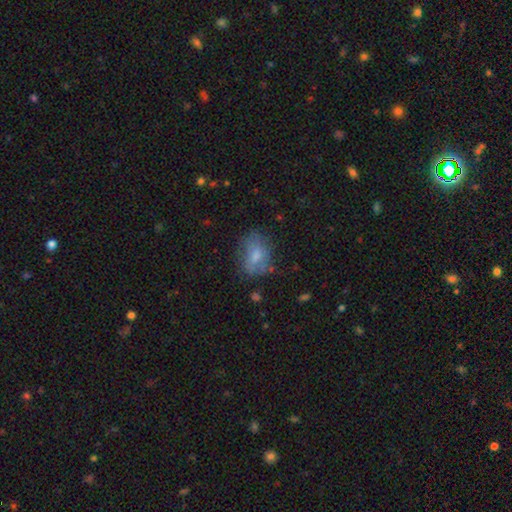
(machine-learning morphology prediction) Smooth or featured?
  - smooth: 66% *
  - featured or disk: 25%
  - star or artifact: 9%
How rounded?
  - in between: 76% *
  - round: 22%
  - cigar-shaped: 2%
Merging?
  - none: 59% *
  - minor disturbance: 25%
  - major disturbance: 12%
  - merger: 3%